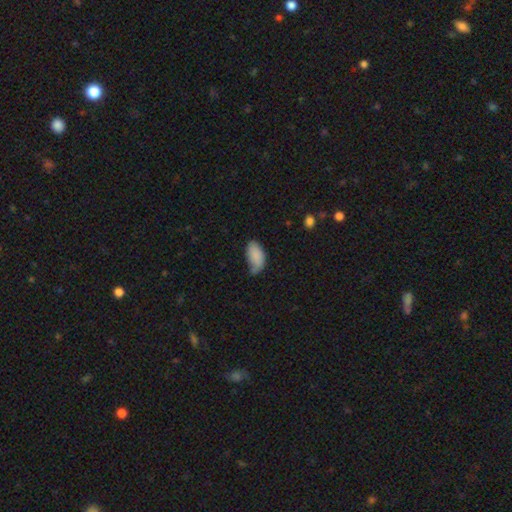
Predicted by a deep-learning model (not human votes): Morphology: type=smooth (85%); roundness=in between (95%); merging=none (45%).